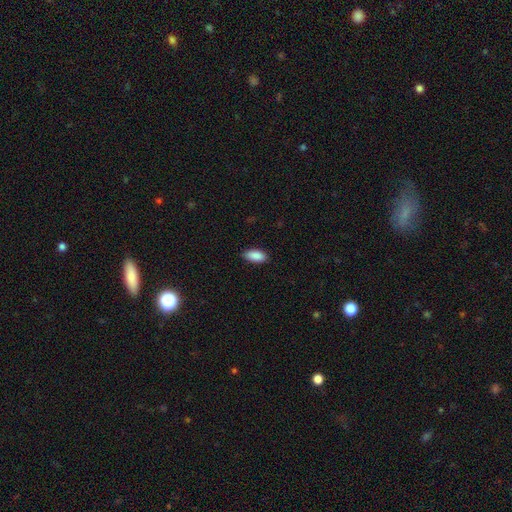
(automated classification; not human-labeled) smooth_or_featured: smooth (p=0.90) [alt: star or artifact p=0.07]
how_rounded: in between (p=0.90) [alt: cigar-shaped p=0.08]
merging: none (p=0.87) [alt: minor disturbance p=0.10]